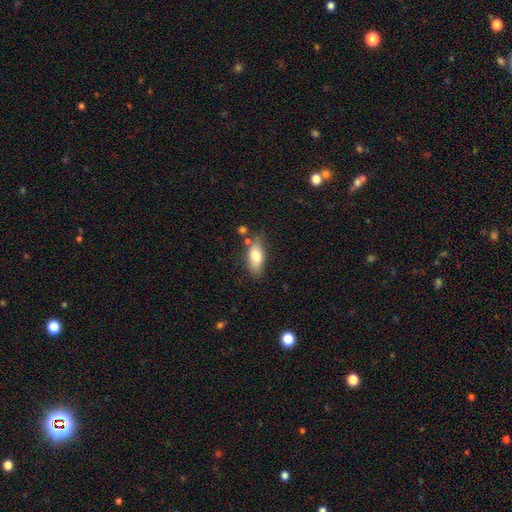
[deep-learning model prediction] This appears to be a smooth galaxy with no disk features (77%) that is in between round and cigar-shaped (80%). Merging: none (69%).